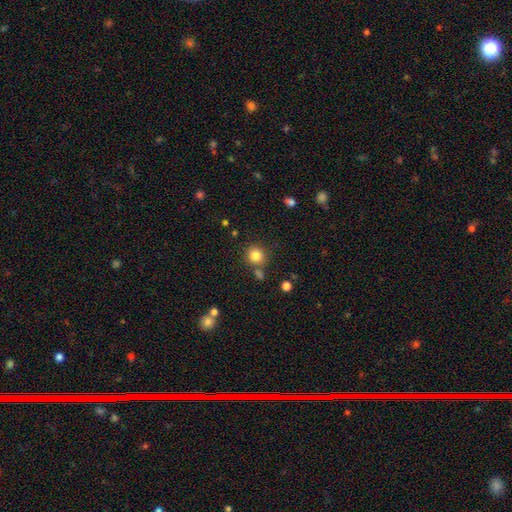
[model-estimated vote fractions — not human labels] A smooth galaxy with no disk features (83%) that is round (91%).

Vote fractions:
- Smooth or featured? smooth: 83% / star or artifact: 12% / featured or disk: 6%
- How rounded? round: 91% / in between: 8% / cigar-shaped: 1%
- Merging? none: 77% / merger: 11% / minor disturbance: 9% / major disturbance: 3%